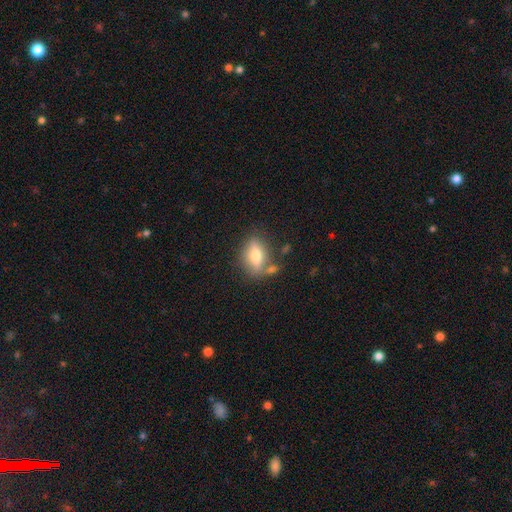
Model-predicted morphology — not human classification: smooth 54%, featured or disk 38%, star or artifact 8%. Down the decision tree: how rounded — in between (70%); merging — none (67%).